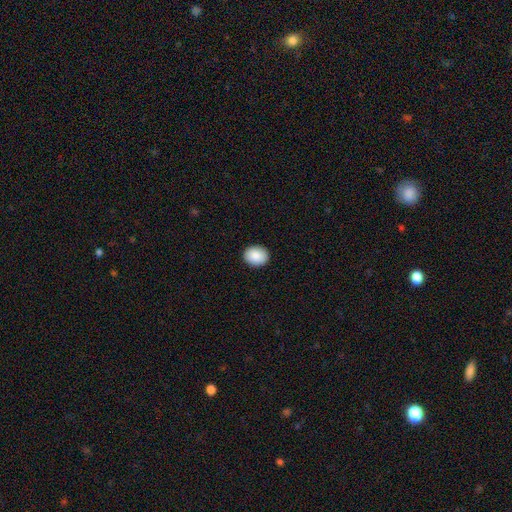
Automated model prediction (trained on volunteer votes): Q: Smooth or featured?
A: smooth (88%); runner-up: star or artifact (7%)
Q: How rounded?
A: round (61%); runner-up: in between (38%)
Q: Merging?
A: none (91%); runner-up: minor disturbance (6%)